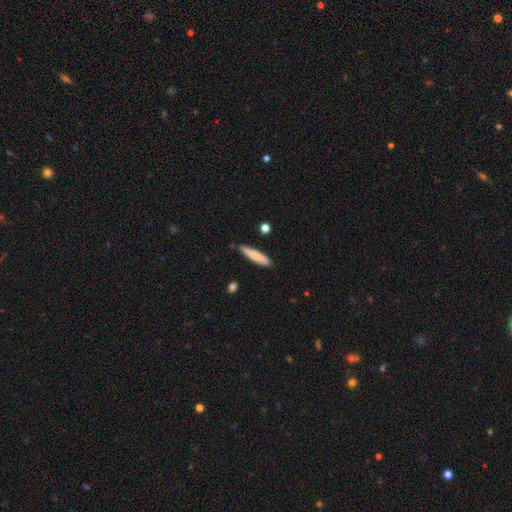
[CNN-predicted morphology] This is likely a smooth galaxy (80%). How rounded: clearly cigar-shaped (85%). Merging: clearly none (83%).